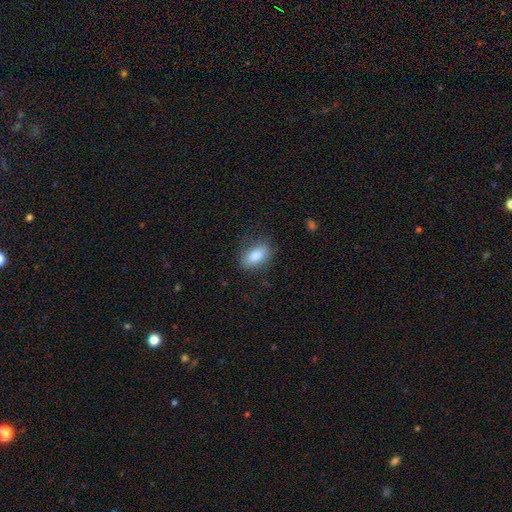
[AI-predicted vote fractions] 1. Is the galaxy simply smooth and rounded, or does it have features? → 81% smooth, 12% featured or disk, 7% star or artifact.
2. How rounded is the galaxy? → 87% in between, 7% round, 6% cigar-shaped.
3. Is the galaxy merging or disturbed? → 77% none, 17% minor disturbance, 5% major disturbance, 1% merger.